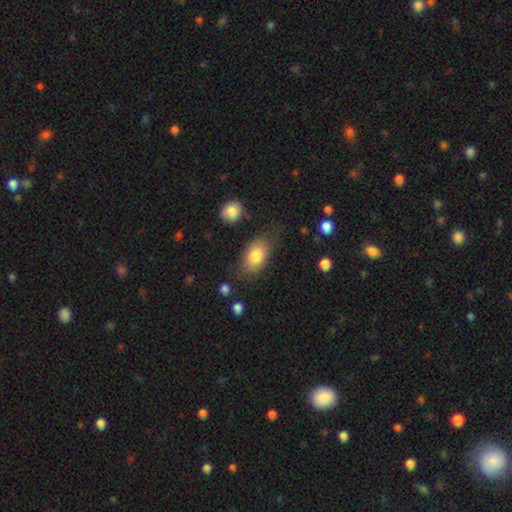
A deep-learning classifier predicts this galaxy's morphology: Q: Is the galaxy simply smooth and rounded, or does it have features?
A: smooth — 81%.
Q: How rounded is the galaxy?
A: in between — 88%.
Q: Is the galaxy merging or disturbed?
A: none — 72%.